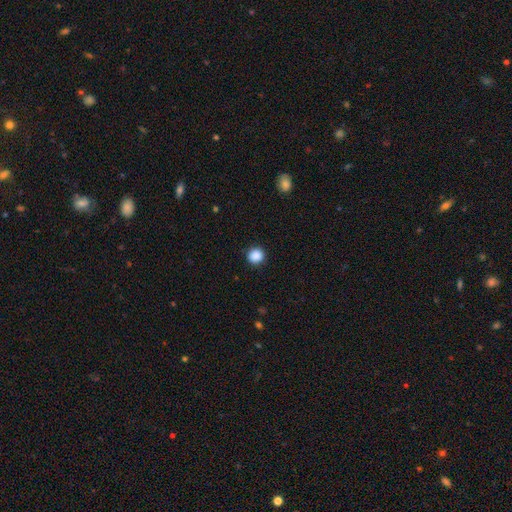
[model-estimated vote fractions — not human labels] Smooth or featured? smooth (88%)
How rounded? round (92%)
Merging? none (90%)